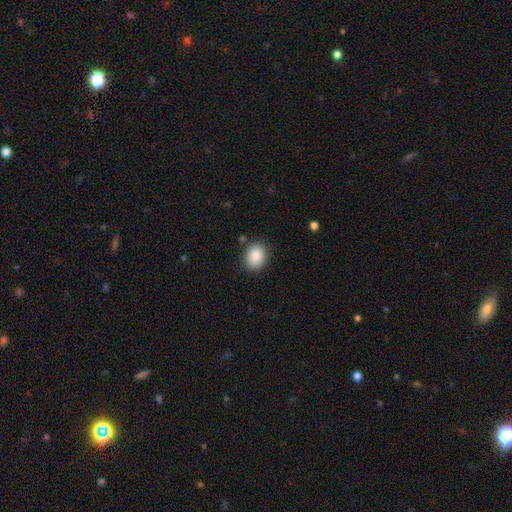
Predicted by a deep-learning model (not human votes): Morphology: type=smooth (86%); roundness=in between (56%); merging=none (85%).